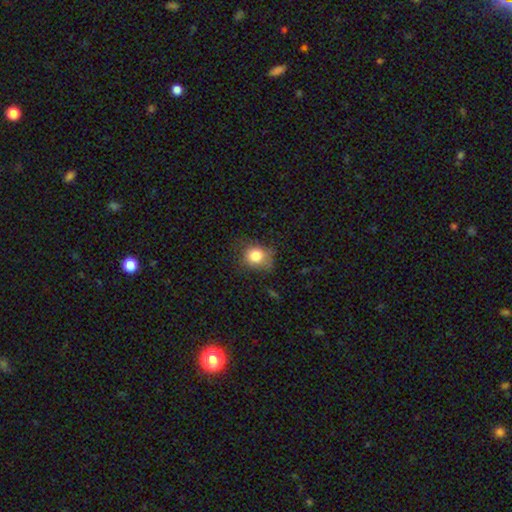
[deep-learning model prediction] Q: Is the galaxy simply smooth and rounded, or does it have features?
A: smooth — 81%.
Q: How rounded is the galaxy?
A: round — 71%.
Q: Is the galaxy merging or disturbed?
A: none — 62%.